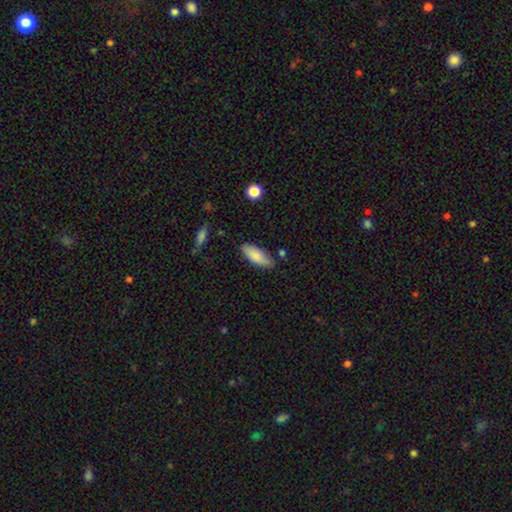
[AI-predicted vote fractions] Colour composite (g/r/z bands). It shows a smooth galaxy with no disk features (85%) that is in between round and cigar-shaped (78%). Merging: none (78%).